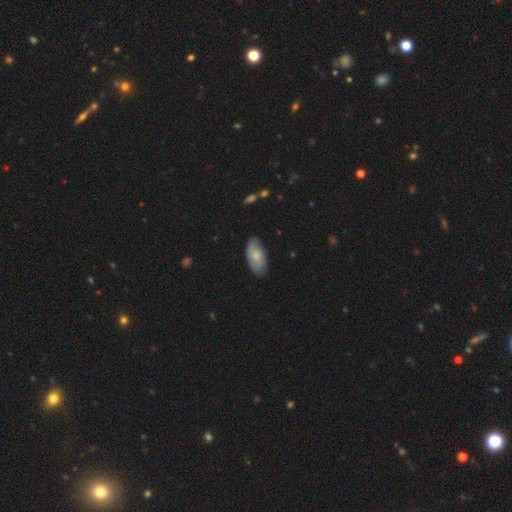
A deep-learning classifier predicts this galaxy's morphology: A smooth galaxy with no disk features (64%) that is in between round and cigar-shaped (93%).

Vote fractions:
- Smooth or featured? smooth: 64% / featured or disk: 30% / star or artifact: 6%
- How rounded? in between: 93% / cigar-shaped: 4% / round: 3%
- Merging? none: 73% / minor disturbance: 22% / major disturbance: 4% / merger: 1%